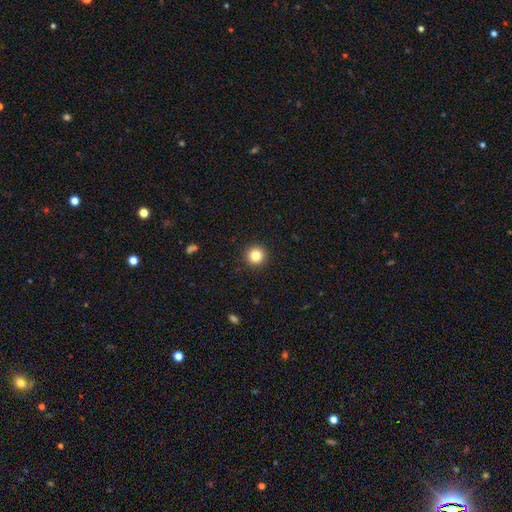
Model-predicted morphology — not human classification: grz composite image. It shows a smooth galaxy with no disk features (82%) that is round (96%). Merging: none (93%).